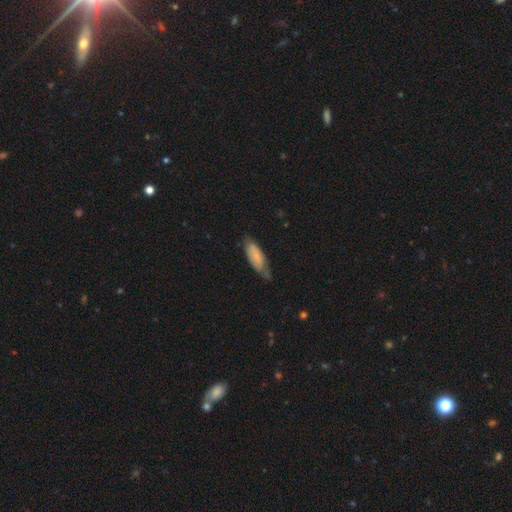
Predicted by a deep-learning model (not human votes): Smooth or featured?
  - smooth: 68% *
  - featured or disk: 26%
  - star or artifact: 6%
How rounded?
  - in between: 64% *
  - cigar-shaped: 34%
  - round: 2%
Merging?
  - none: 55% *
  - minor disturbance: 34%
  - major disturbance: 9%
  - merger: 2%